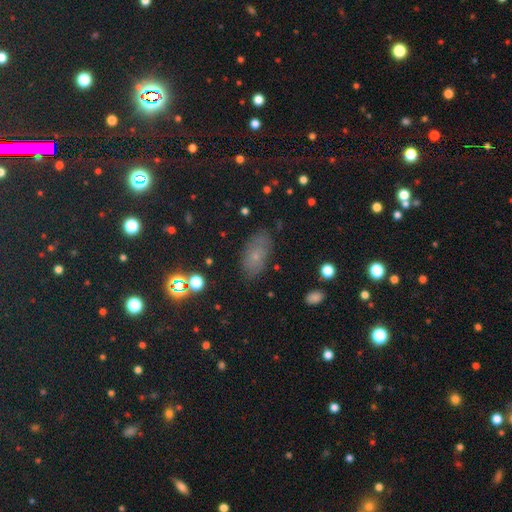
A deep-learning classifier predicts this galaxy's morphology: Smooth or featured? Predicted: smooth (p=0.56). How rounded? Predicted: in between (p=0.89). Merging? Predicted: none (p=0.77).